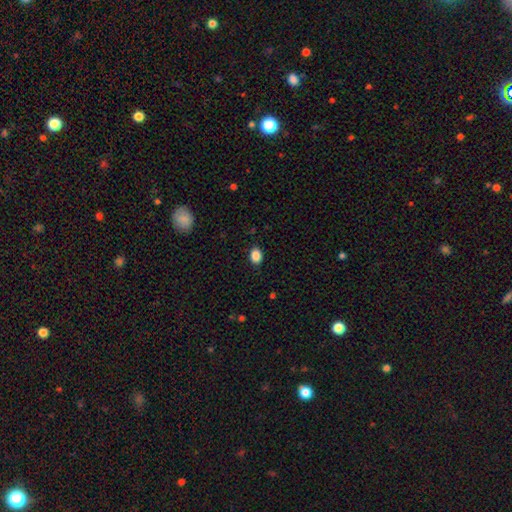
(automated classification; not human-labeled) Smooth or featured? Predicted: smooth (p=0.88). How rounded? Predicted: in between (p=0.65). Merging? Predicted: none (p=0.89).